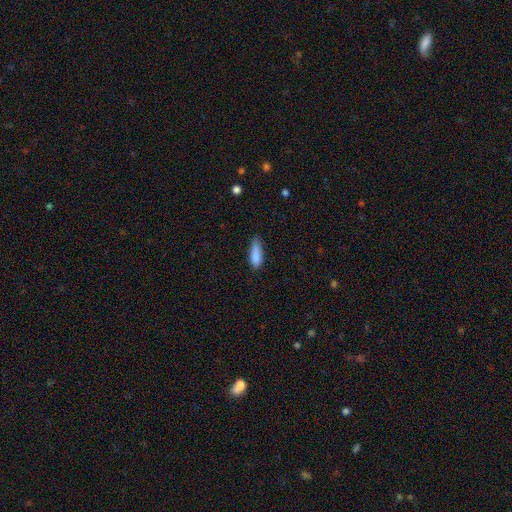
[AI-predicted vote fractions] smooth-or-featured: smooth: 86% | star or artifact: 8% | featured or disk: 7%
  how-rounded: in between: 56% | cigar-shaped: 42% | round: 2%
  merging: none: 57% | minor disturbance: 34% | major disturbance: 7% | merger: 2%